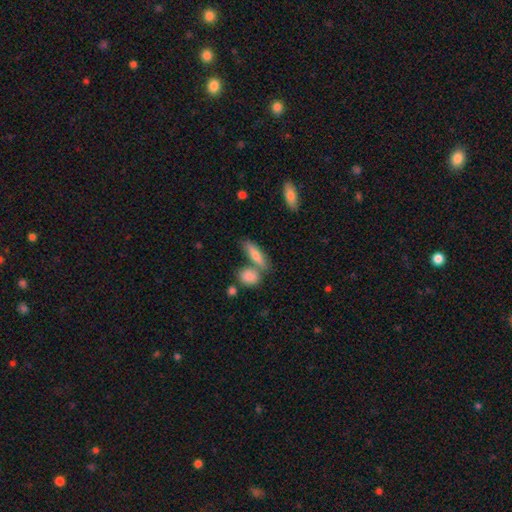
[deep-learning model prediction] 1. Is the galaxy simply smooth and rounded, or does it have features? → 70% smooth, 23% featured or disk, 7% star or artifact.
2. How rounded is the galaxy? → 54% cigar-shaped, 41% in between, 5% round.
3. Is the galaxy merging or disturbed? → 58% none, 27% merger, 12% minor disturbance, 4% major disturbance.